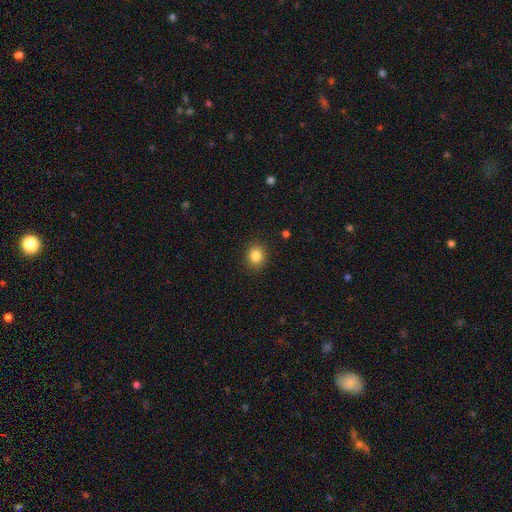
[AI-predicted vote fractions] Q: Smooth or featured?
A: smooth (84%); runner-up: star or artifact (11%)
Q: How rounded?
A: round (76%); runner-up: in between (23%)
Q: Merging?
A: none (90%); runner-up: minor disturbance (7%)